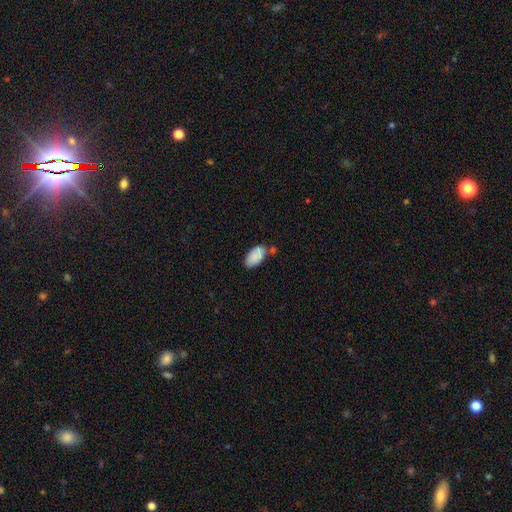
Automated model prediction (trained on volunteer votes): Smooth or featured?
  - smooth: 85% *
  - featured or disk: 8%
  - star or artifact: 7%
How rounded?
  - in between: 95% *
  - round: 3%
  - cigar-shaped: 3%
Merging?
  - none: 60% *
  - minor disturbance: 20%
  - merger: 15%
  - major disturbance: 4%